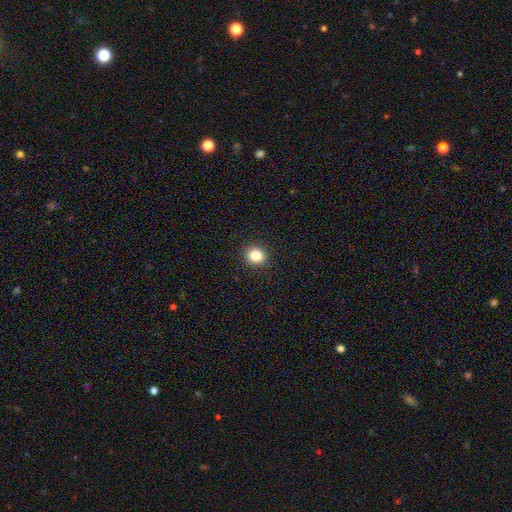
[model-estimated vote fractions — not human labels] smooth 84%, star or artifact 11%, featured or disk 5%. Down the decision tree: how rounded — round (84%); merging — none (92%).